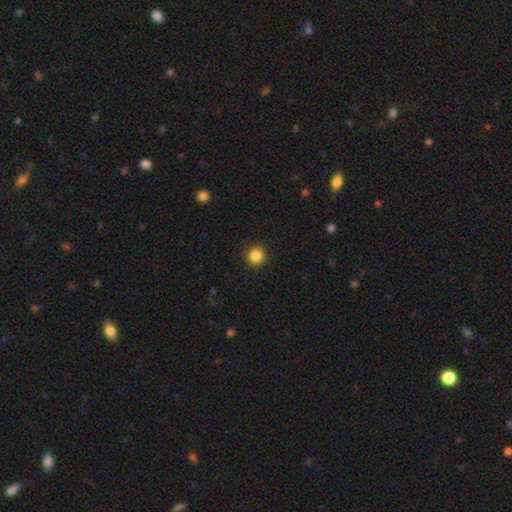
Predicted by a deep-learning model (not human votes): This is clearly a smooth galaxy (85%). How rounded: clearly round (94%). Merging: clearly none (91%).